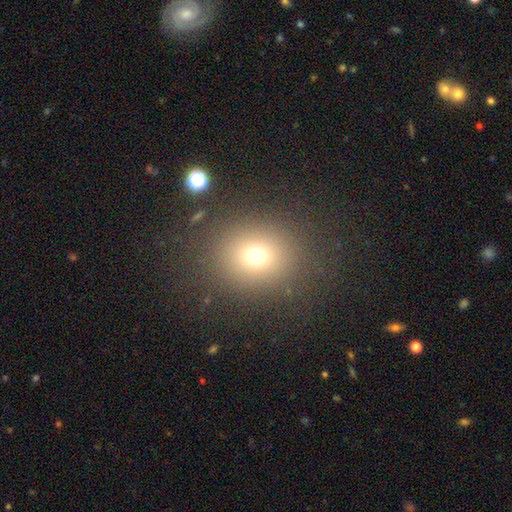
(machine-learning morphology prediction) smooth 70%, star or artifact 19%, featured or disk 10%. Down the decision tree: how rounded — round (77%); merging — none (85%).